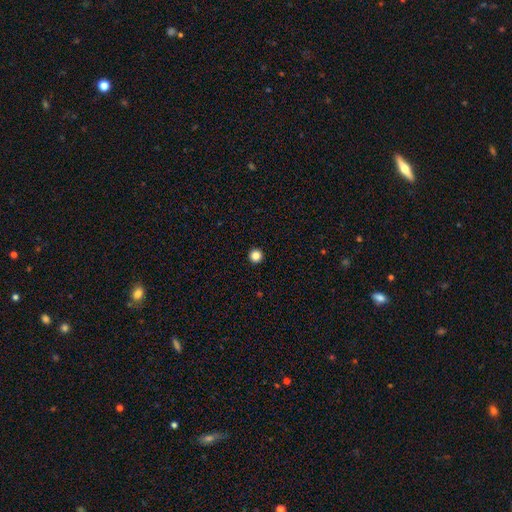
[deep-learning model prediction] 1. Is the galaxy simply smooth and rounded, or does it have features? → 85% smooth, 11% star or artifact, 3% featured or disk.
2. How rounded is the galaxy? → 97% round, 2% in between, 1% cigar-shaped.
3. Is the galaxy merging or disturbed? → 94% none, 3% minor disturbance, 1% major disturbance, 1% merger.